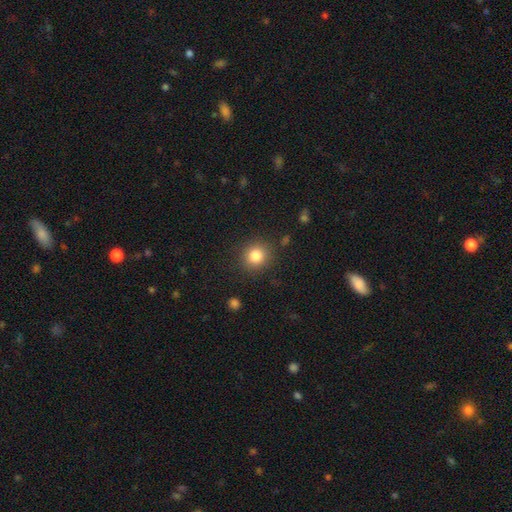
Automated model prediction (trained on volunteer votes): smooth 83%, star or artifact 11%, featured or disk 6%. Down the decision tree: how rounded — round (87%); merging — none (87%).